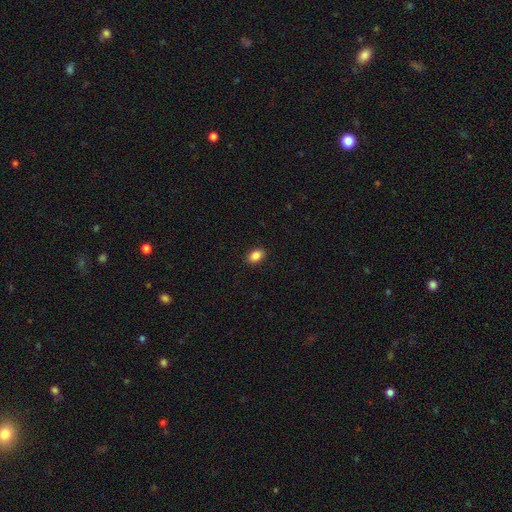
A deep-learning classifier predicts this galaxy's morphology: Q: Smooth or featured?
A: smooth (87%); runner-up: star or artifact (9%)
Q: How rounded?
A: in between (84%); runner-up: round (15%)
Q: Merging?
A: none (90%); runner-up: minor disturbance (7%)